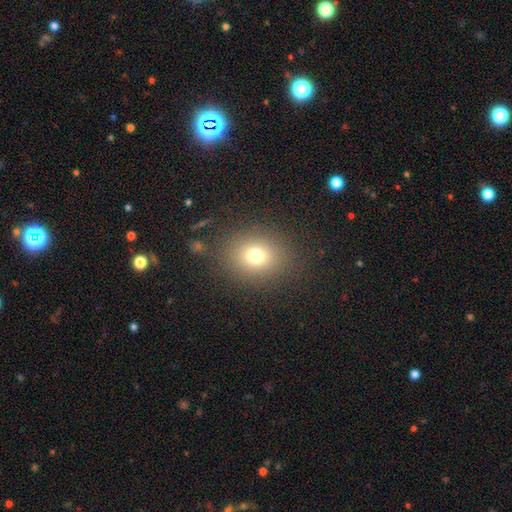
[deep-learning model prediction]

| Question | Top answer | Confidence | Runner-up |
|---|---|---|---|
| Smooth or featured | smooth | 73% | star or artifact (16%) |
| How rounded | round | 67% | in between (32%) |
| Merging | none | 84% | minor disturbance (9%) |